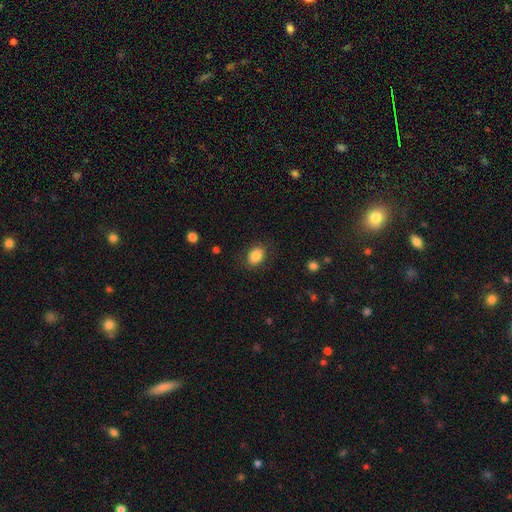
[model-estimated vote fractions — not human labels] The model was most divided on "how rounded": in between: 70%, round: 29%, cigar-shaped: 1%. More confident: smooth or featured — smooth (84%); merging — none (83%).